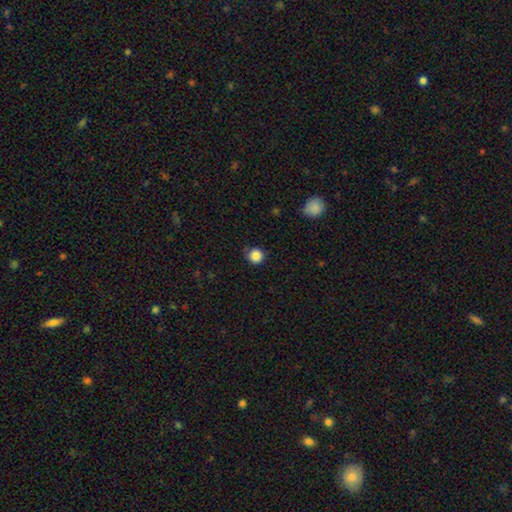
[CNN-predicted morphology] smooth-or-featured: smooth: 86% | star or artifact: 11% | featured or disk: 3%
  how-rounded: round: 93% | in between: 6% | cigar-shaped: 1%
  merging: none: 82% | minor disturbance: 14% | major disturbance: 3% | merger: 1%